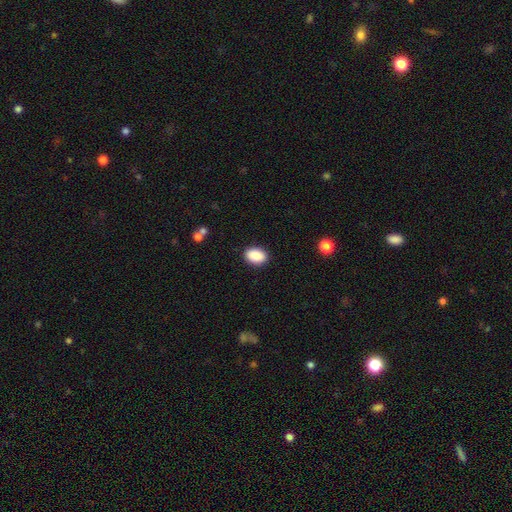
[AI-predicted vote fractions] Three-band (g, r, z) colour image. It shows a smooth galaxy with no disk features (89%) that is in between round and cigar-shaped (85%). Merging: none (88%).